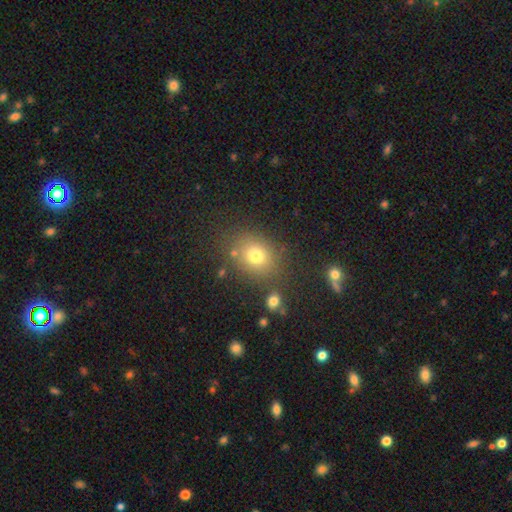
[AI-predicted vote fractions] Morphology: type=smooth (75%); roundness=round (53%); merging=none (79%).